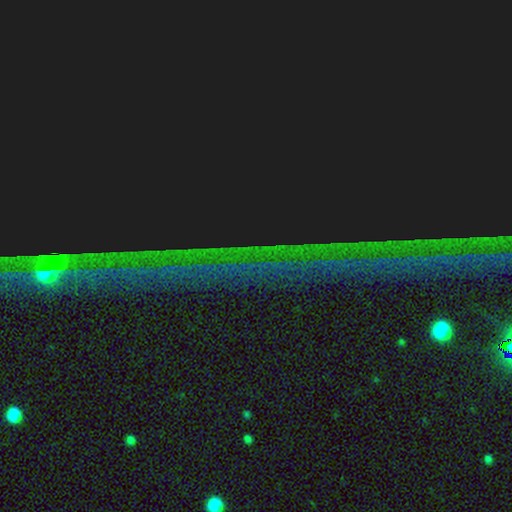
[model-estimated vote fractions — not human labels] A star or artifact, not a galaxy (88%).

Vote fractions:
- Smooth or featured? star or artifact: 88% / featured or disk: 7% / smooth: 6%